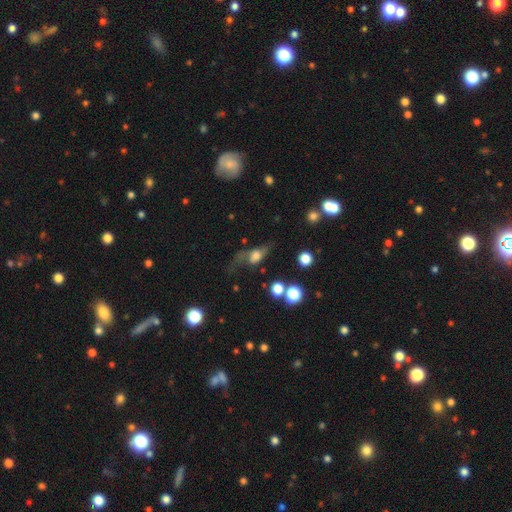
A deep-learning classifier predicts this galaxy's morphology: The model was most divided on "merging": major disturbance: 36%, none: 34%, minor disturbance: 24%, merger: 5%. Remaining: smooth or featured — smooth (49%).